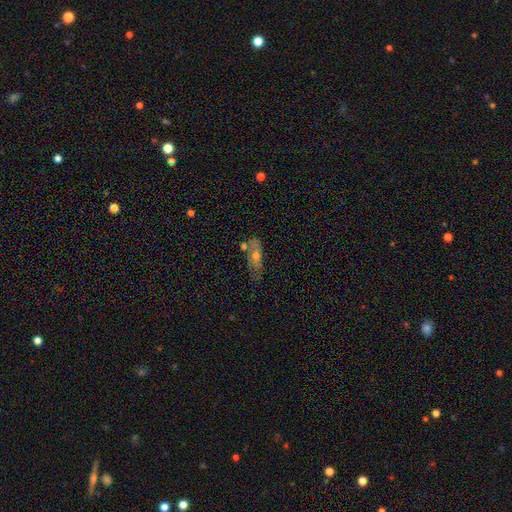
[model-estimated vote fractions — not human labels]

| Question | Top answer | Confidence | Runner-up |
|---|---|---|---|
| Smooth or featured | featured or disk | 48% | smooth (42%) |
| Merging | none | 53% | minor disturbance (23%) |